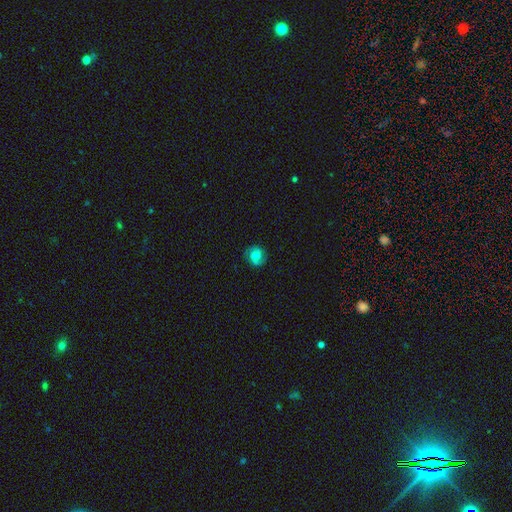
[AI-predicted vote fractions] Q: Smooth or featured?
A: featured or disk (58%); runner-up: smooth (33%)
Q: Edge-on disk?
A: no (98%); runner-up: yes (2%)
Q: Bar?
A: no (55%); runner-up: weak (37%)
Q: Spiral arms?
A: yes (93%); runner-up: no (7%)
Q: Spiral winding?
A: medium (46%); runner-up: tight (37%)
Q: Spiral arm count?
A: 2 (88%); runner-up: can't tell (6%)
Q: Bulge size?
A: moderate (47%); runner-up: small (27%)
Q: Merging?
A: none (82%); runner-up: minor disturbance (12%)